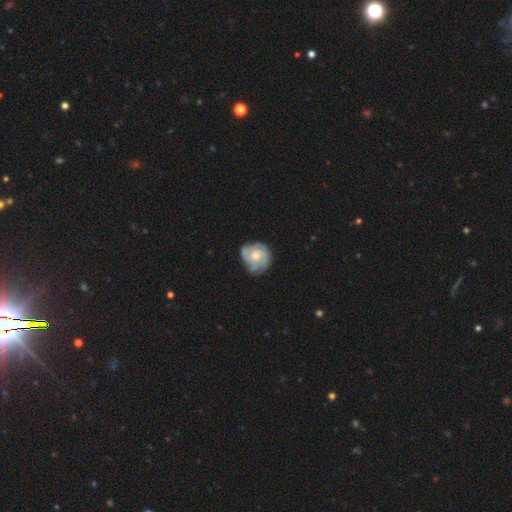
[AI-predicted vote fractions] Smooth or featured? featured or disk (62%)
Edge-on disk? no (97%)
Bar? no (80%)
Spiral arms? yes (82%)
Bulge size? moderate (65%)
Merging? none (68%)